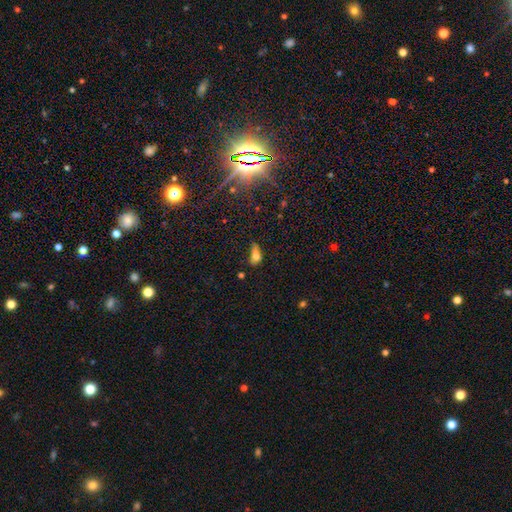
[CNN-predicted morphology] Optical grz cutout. It shows a smooth galaxy with no disk features (68%) that is in between round and cigar-shaped (73%). Merging: none (32%).